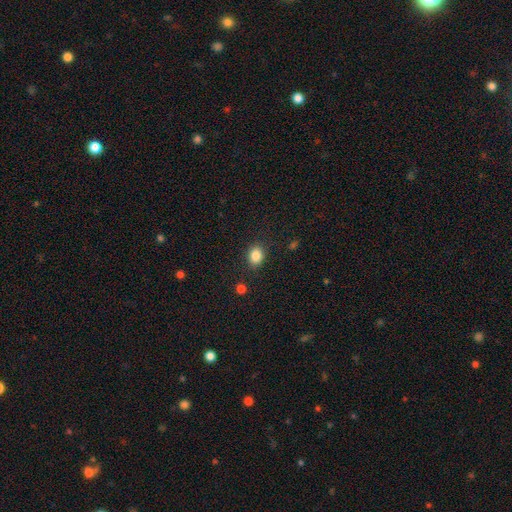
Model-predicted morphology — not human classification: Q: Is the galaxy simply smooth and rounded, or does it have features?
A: smooth — 86%.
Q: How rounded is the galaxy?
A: in between — 57%.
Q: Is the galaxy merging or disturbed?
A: none — 85%.